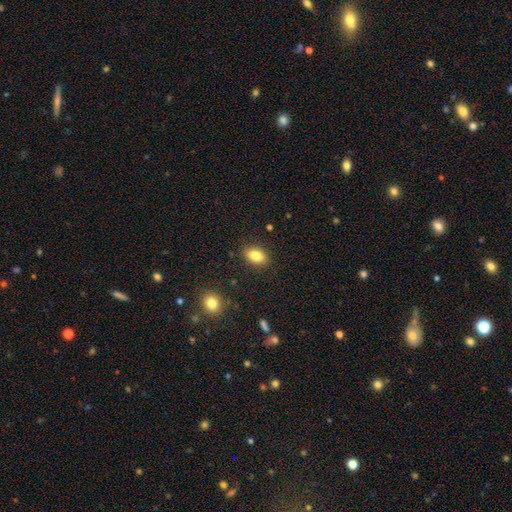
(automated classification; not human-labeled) smooth_or_featured: smooth (p=0.84) [alt: star or artifact p=0.09]
how_rounded: in between (p=0.87) [alt: round p=0.11]
merging: none (p=0.87) [alt: minor disturbance p=0.09]